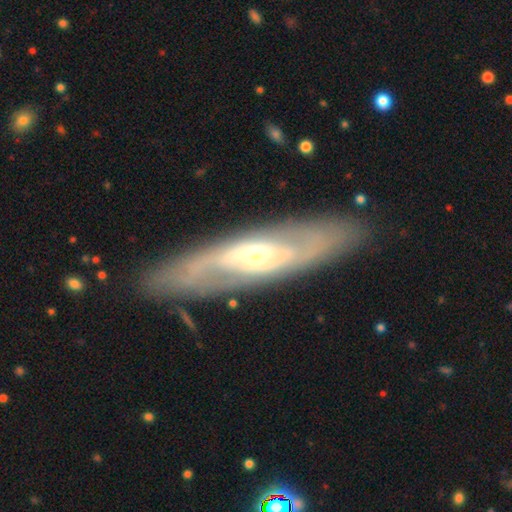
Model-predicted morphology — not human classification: A featured or disk galaxy (74%) with no bar (66%), spiral arms (54%) and a moderate central bulge (65%). Merging: none (82%).